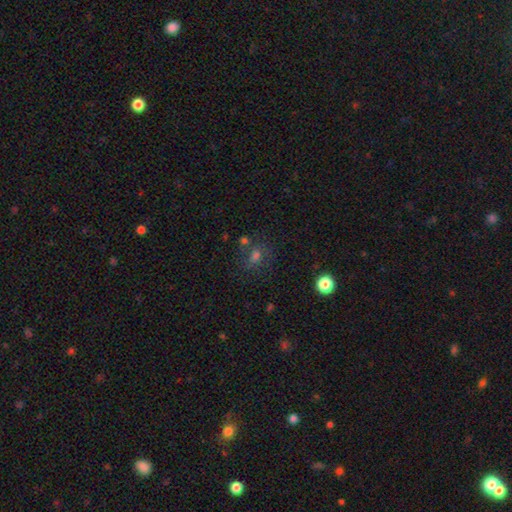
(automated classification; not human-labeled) The model was most divided on "smooth or featured": smooth: 51%, star or artifact: 32%, featured or disk: 18%. More confident: merging — none (64%); how rounded — round (60%).